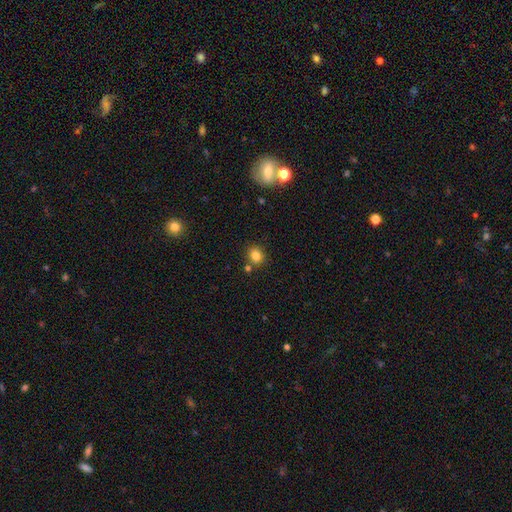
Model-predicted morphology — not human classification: smooth 82%, star or artifact 12%, featured or disk 6%. Down the decision tree: how rounded — round (62%); merging — none (77%).